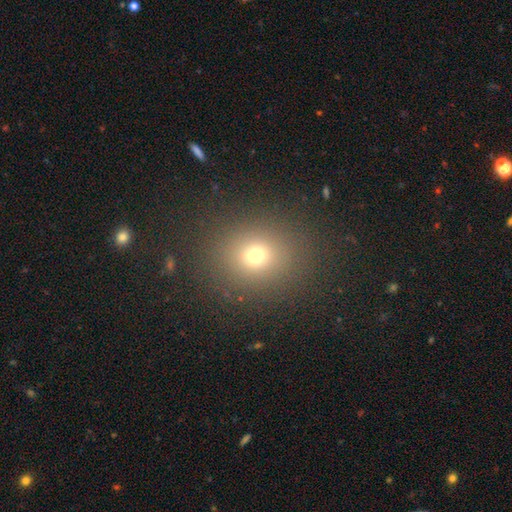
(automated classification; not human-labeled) This is likely a smooth galaxy (71%). How rounded: likely round (72%). Merging: clearly none (86%).